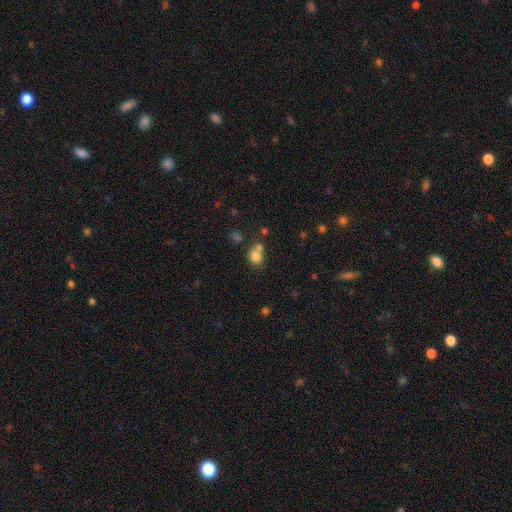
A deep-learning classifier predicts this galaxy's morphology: Smooth or featured? Predicted: smooth (p=0.78). How rounded? Predicted: round (p=0.64). Merging? Predicted: none (p=0.46).